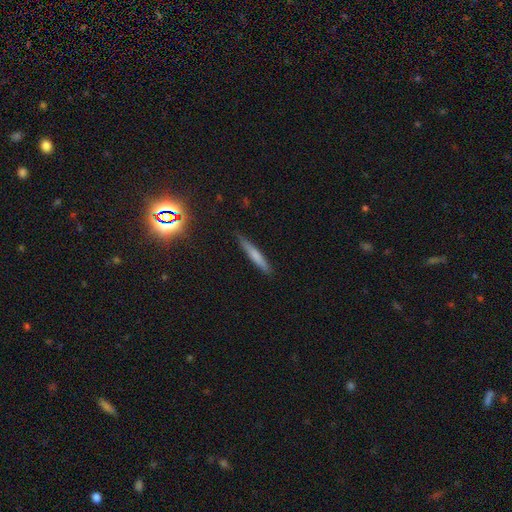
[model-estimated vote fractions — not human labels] Smooth or featured? Predicted: smooth (p=0.68). How rounded? Predicted: cigar-shaped (p=0.93). Merging? Predicted: none (p=0.85).